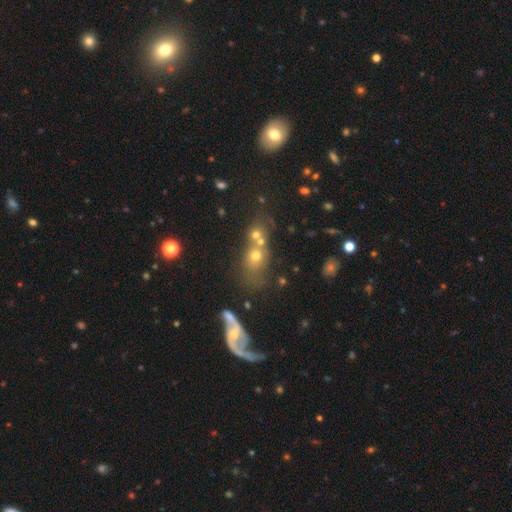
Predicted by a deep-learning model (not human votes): smooth-or-featured: smooth: 54% | featured or disk: 27% | star or artifact: 19%
  how-rounded: round: 51% | in between: 43% | cigar-shaped: 6%
  merging: merger: 43% | none: 36% | minor disturbance: 12% | major disturbance: 9%